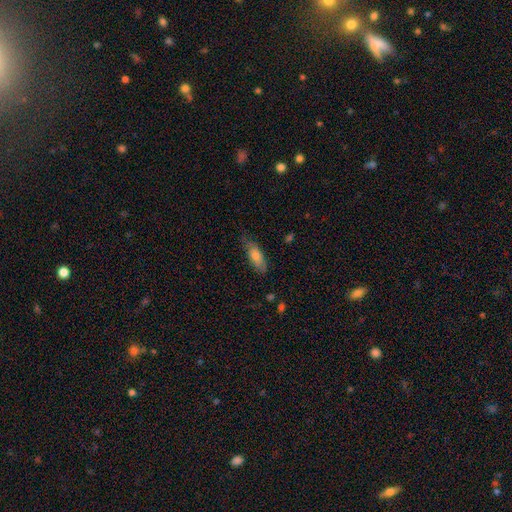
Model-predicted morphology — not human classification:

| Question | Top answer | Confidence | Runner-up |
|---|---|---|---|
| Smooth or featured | smooth | 71% | featured or disk (22%) |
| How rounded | in between | 68% | cigar-shaped (30%) |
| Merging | none | 69% | minor disturbance (24%) |